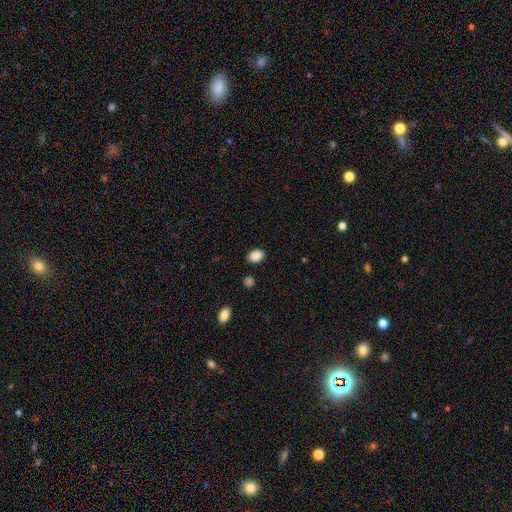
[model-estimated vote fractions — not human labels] Smooth or featured? smooth (88%)
How rounded? in between (70%)
Merging? none (87%)